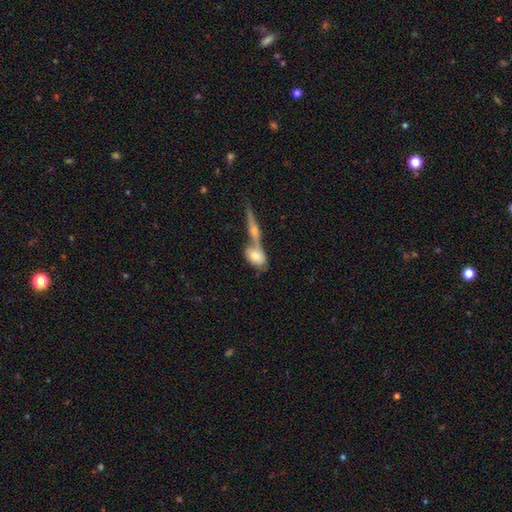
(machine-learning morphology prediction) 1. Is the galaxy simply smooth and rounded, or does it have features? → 67% smooth, 26% featured or disk, 7% star or artifact.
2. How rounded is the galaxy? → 77% in between, 14% round, 9% cigar-shaped.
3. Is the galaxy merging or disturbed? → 58% merger, 27% none, 9% minor disturbance, 5% major disturbance.